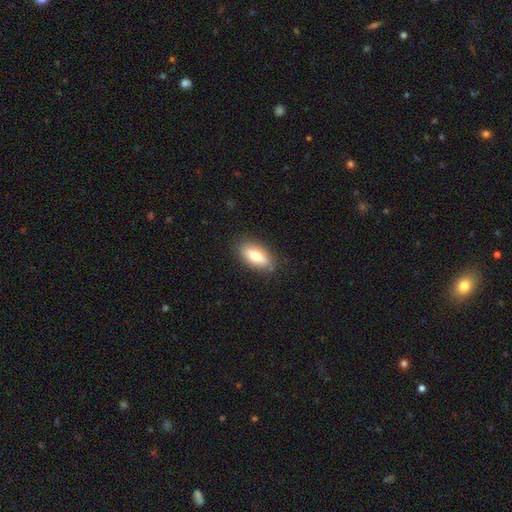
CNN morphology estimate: Smooth or featured: smooth — 74% (featured or disk — 19%)
How rounded: in between — 84% (cigar-shaped — 13%)
Merging: none — 83% (minor disturbance — 13%)